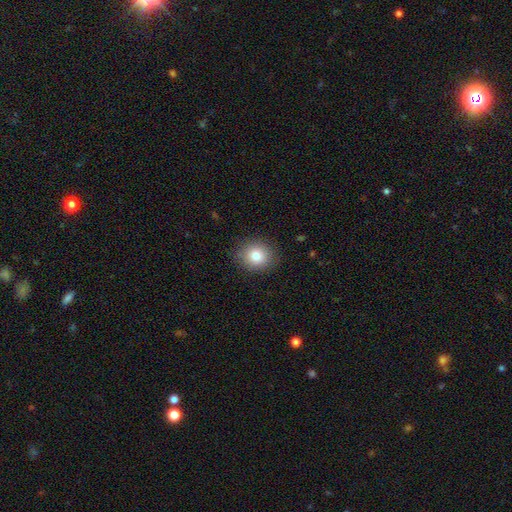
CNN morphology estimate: Smooth or featured? smooth (80%)
How rounded? round (81%)
Merging? none (88%)